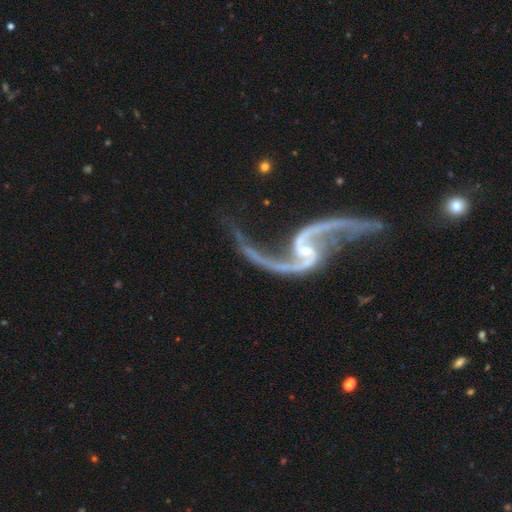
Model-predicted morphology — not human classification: Smooth or featured? featured or disk (93%)
Edge-on disk? no (97%)
Bar? weak (43%)
Spiral arms? yes (97%)
Spiral winding? loose (88%)
Spiral arm count? 2 (94%)
Bulge size? small (71%)
Merging? none (54%)